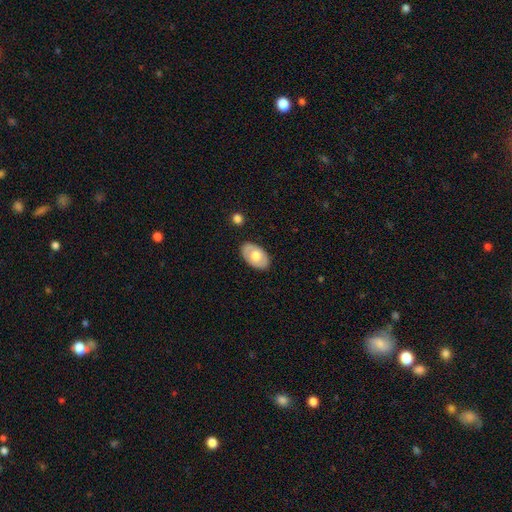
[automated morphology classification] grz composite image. It shows a smooth galaxy with no disk features (61%) that is in between round and cigar-shaped (92%). Merging: none (84%).